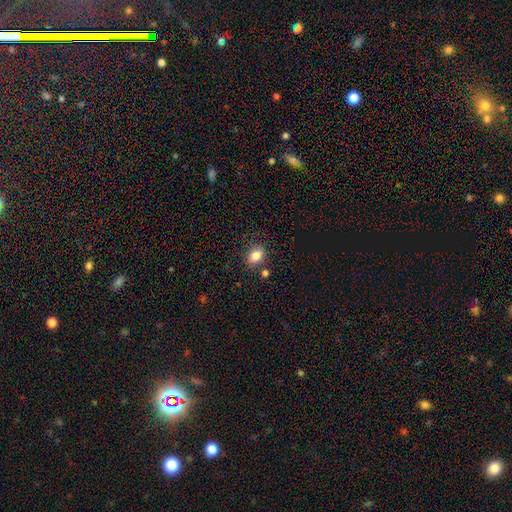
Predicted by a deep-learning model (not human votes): Smooth or featured? smooth (82%)
How rounded? in between (71%)
Merging? none (76%)